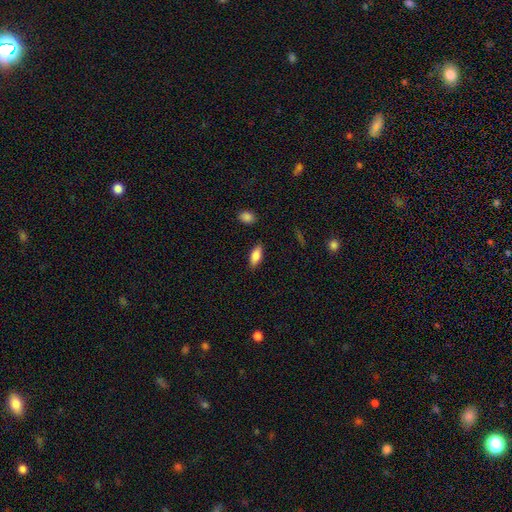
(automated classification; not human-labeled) A smooth galaxy with no disk features (82%) that is in between round and cigar-shaped (81%). Merging: none (86%).